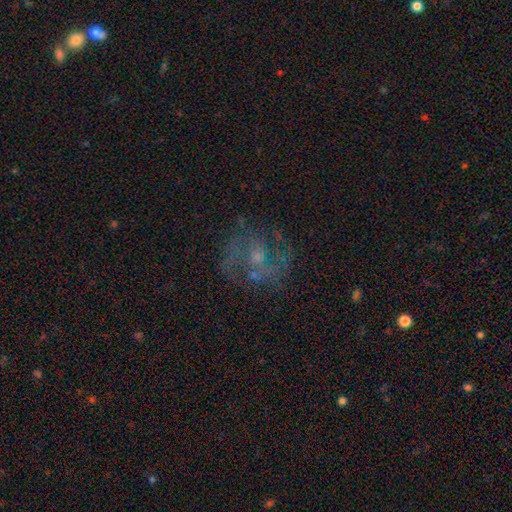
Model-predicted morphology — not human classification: A featured or disk galaxy (69%) with no bar (60%), 2 (50%) medium (49%) spiral arms (81%) and a small central bulge (49%). Merging: none (73%).